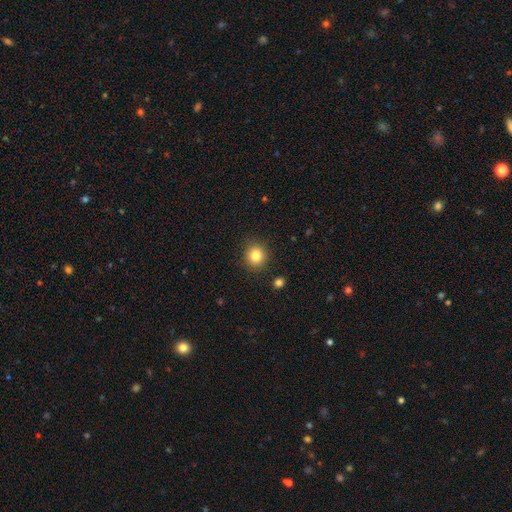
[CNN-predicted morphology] The model was most divided on "smooth or featured": smooth: 82%, star or artifact: 11%, featured or disk: 7%. More confident: merging — none (89%); how rounded — round (87%).